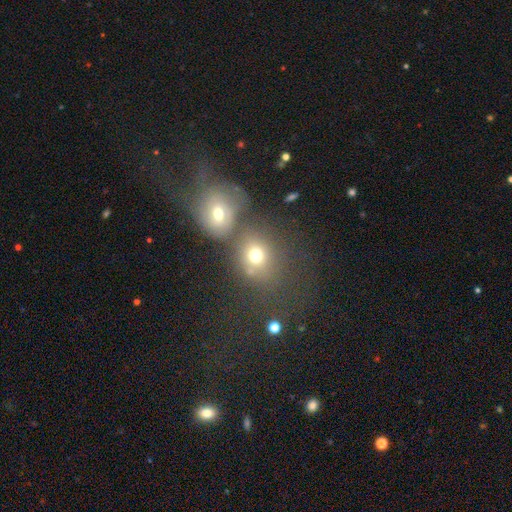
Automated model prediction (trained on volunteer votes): This appears to be a smooth galaxy with no disk features (71%) that is round (65%). Merging: none (52%).